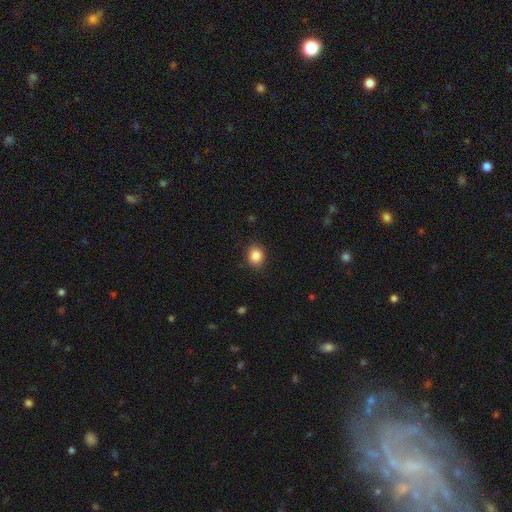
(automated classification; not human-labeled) The model was most divided on "how rounded": round: 68%, in between: 31%, cigar-shaped: 1%. More confident: merging — none (87%); smooth or featured — smooth (86%).